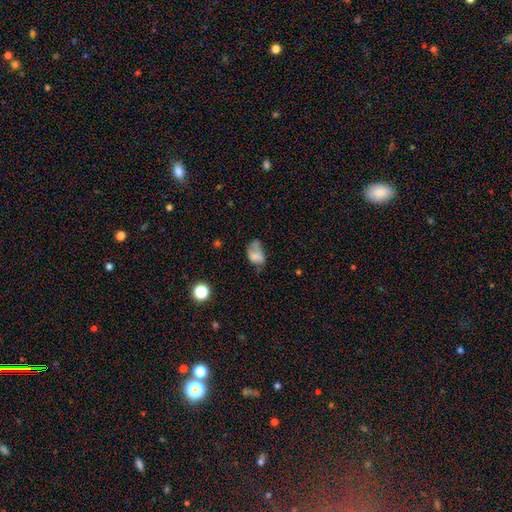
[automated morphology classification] The model was most divided on "merging": minor disturbance: 31%, none: 28%, major disturbance: 27%, merger: 13%. More confident: how rounded — in between (83%); smooth or featured — smooth (65%).